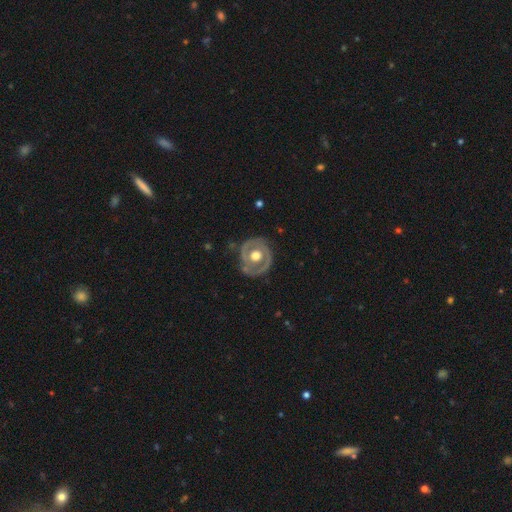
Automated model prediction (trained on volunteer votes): featured or disk 67%, smooth 28%, star or artifact 5%. Down the decision tree: edge-on disk — no (95%); bar — no (83%); spiral arms — no (64%); bulge size — moderate (53%); merging — none (76%).